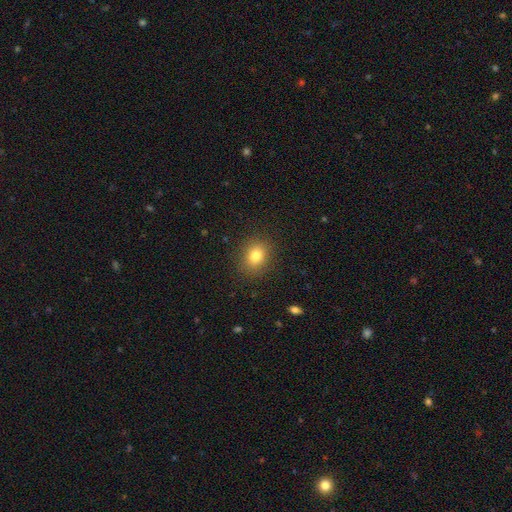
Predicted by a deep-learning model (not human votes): This appears to be a smooth galaxy with no disk features (81%) that is round (51%). Merging: none (87%).